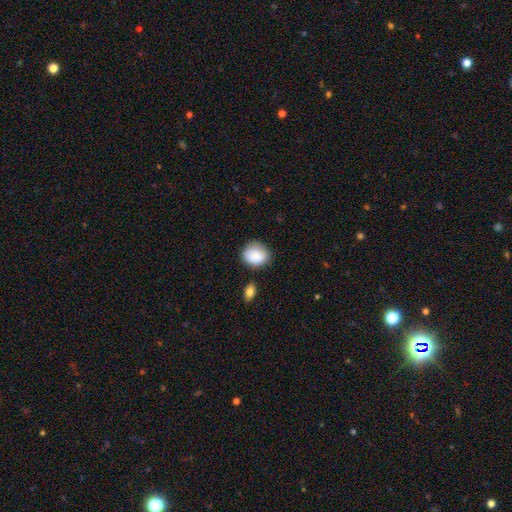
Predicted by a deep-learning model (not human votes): Morphology: type=smooth (83%); roundness=round (68%); merging=none (74%).